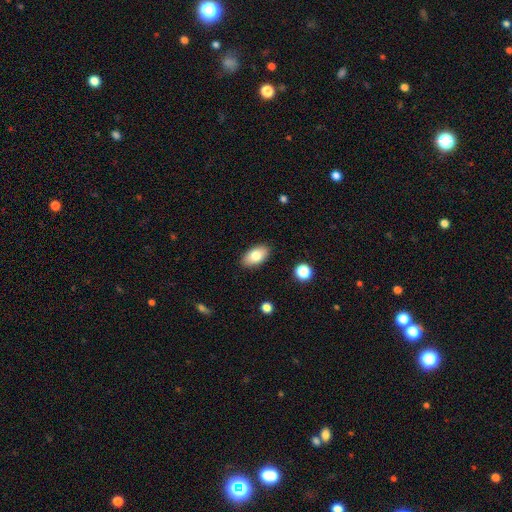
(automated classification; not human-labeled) Q: Smooth or featured?
A: smooth (80%); runner-up: featured or disk (13%)
Q: How rounded?
A: in between (93%); runner-up: round (4%)
Q: Merging?
A: none (88%); runner-up: minor disturbance (9%)